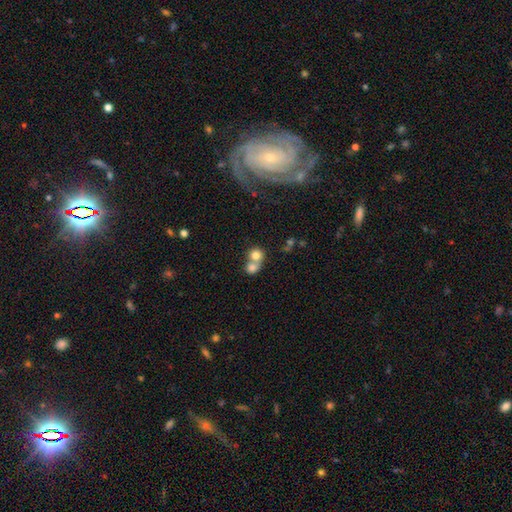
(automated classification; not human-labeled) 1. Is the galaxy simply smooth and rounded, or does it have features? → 76% smooth, 14% featured or disk, 10% star or artifact.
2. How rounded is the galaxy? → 80% round, 19% in between, 1% cigar-shaped.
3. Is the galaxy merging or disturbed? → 61% merger, 30% none, 5% minor disturbance, 3% major disturbance.